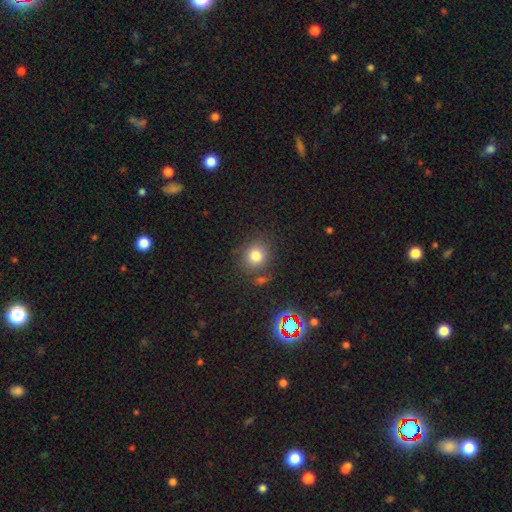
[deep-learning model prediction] The model was most divided on "smooth or featured": smooth: 79%, star or artifact: 13%, featured or disk: 7%. More confident: how rounded — round (84%); merging — none (78%).